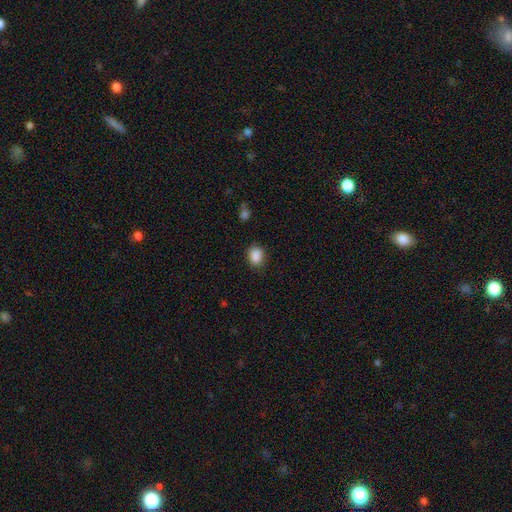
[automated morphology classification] This appears to be a smooth galaxy with no disk features (88%) that is in between round and cigar-shaped (57%). Merging: none (82%).